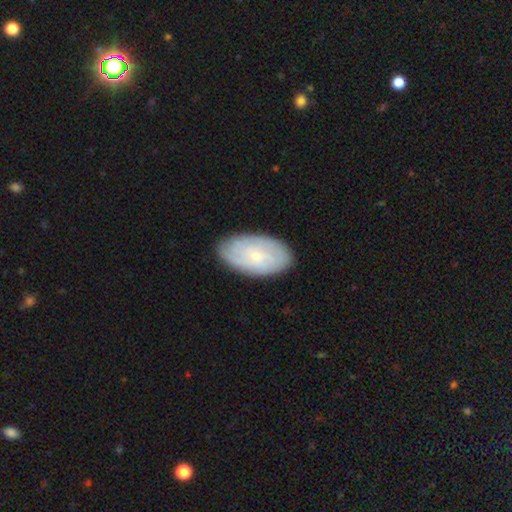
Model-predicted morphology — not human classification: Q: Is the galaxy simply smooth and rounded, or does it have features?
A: featured or disk — 53%.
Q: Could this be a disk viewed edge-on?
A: no — 94%.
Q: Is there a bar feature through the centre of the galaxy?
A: no — 75%.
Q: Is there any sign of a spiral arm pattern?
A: yes — 77%.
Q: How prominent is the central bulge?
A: small — 82%.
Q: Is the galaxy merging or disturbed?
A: none — 83%.